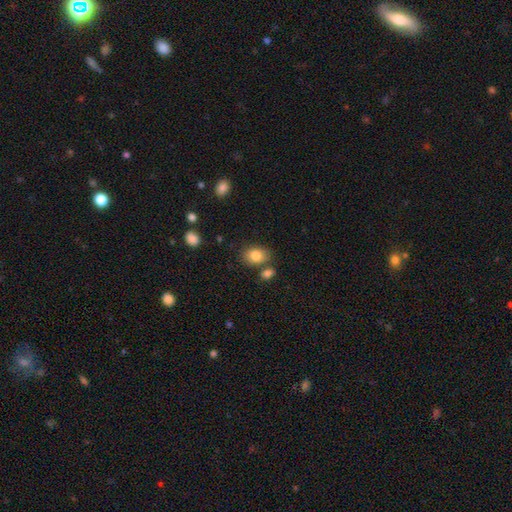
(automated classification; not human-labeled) A smooth galaxy with no disk features (83%) that is in between round and cigar-shaped (70%). Merging: none (70%).